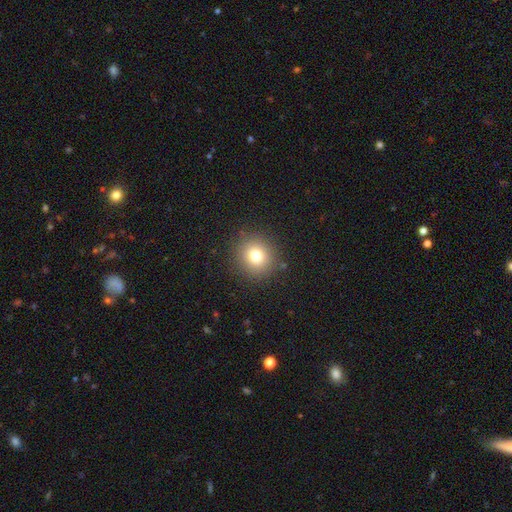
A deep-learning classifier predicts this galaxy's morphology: Overall: smooth (76%). How rounded: round (90%). Merging: none (89%).